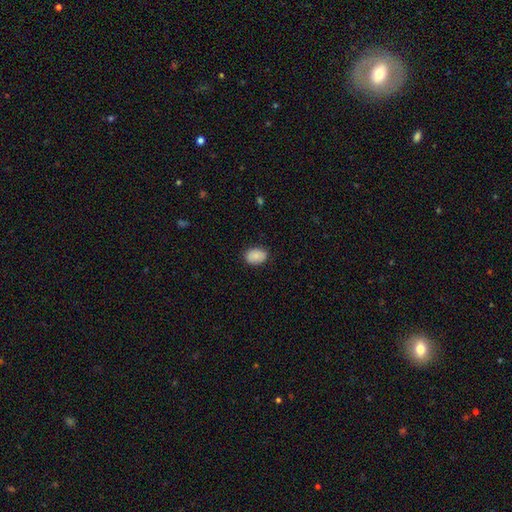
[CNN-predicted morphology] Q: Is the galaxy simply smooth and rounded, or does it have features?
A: smooth — 87%.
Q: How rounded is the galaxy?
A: in between — 79%.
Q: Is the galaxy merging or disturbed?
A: none — 83%.